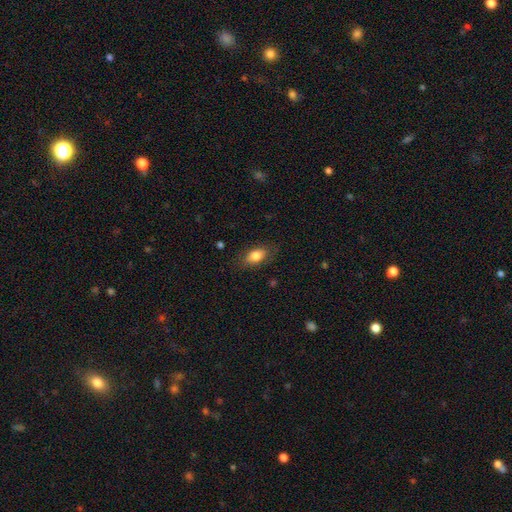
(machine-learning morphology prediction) A smooth galaxy with no disk features (82%) that is in between round and cigar-shaped (89%). Merging: none (80%).